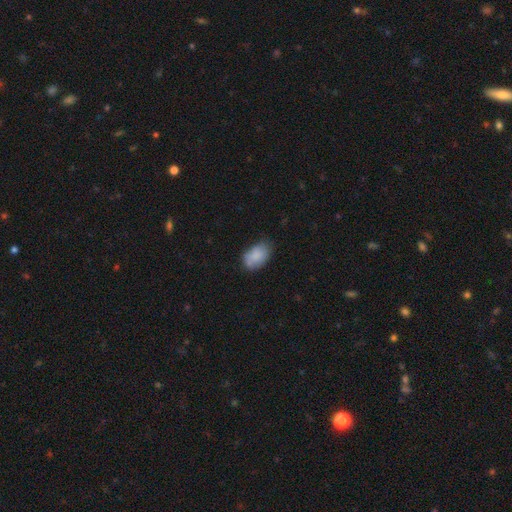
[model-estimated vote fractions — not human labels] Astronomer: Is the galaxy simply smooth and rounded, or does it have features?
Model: smooth — 85%.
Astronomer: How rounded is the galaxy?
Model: in between — 90%.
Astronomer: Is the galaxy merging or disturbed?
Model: none — 67%.